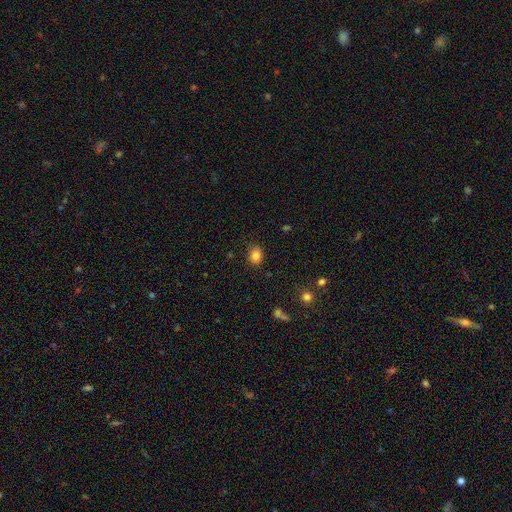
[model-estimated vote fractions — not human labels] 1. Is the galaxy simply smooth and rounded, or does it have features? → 84% smooth, 11% star or artifact, 5% featured or disk.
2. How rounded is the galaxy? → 51% in between, 48% round, 1% cigar-shaped.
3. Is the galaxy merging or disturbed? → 81% none, 14% minor disturbance, 3% major disturbance, 2% merger.